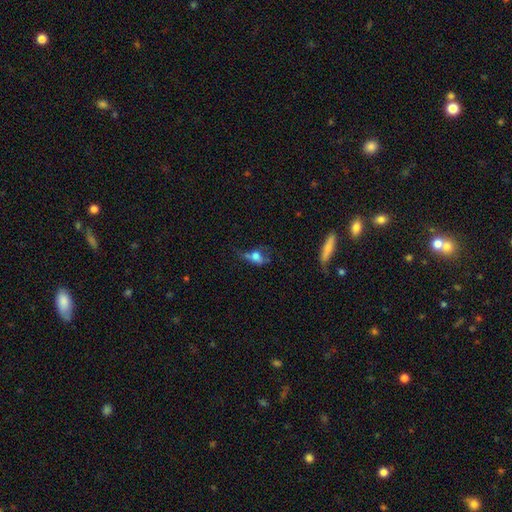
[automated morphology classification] type=smooth (59%); roundness=in between (65%); merging=major disturbance (32%).